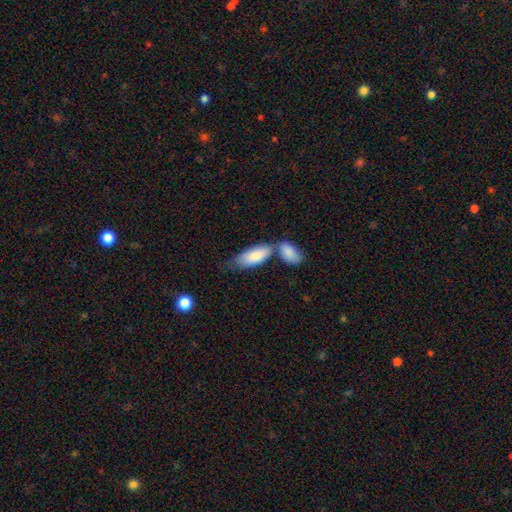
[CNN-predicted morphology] Smooth or featured: smooth — 83% (featured or disk — 12%)
How rounded: in between — 84% (cigar-shaped — 14%)
Merging: merger — 43% (none — 36%)